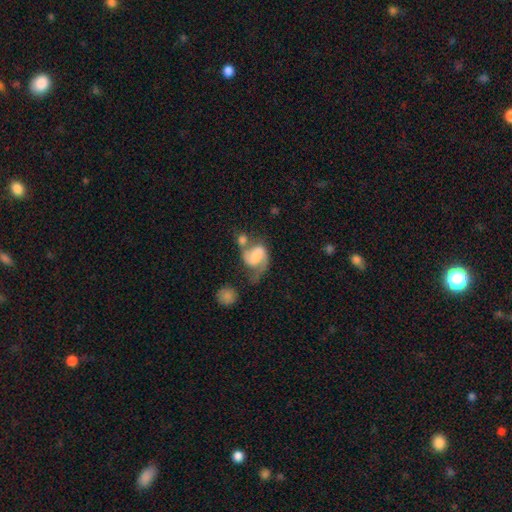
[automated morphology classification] Smooth or featured? featured or disk (64%)
Edge-on disk? no (97%)
Bar? weak (41%)
Spiral arms? yes (88%)
Spiral winding? medium (43%)
Spiral arm count? 2 (75%)
Bulge size? none (30%)
Merging? merger (34%)